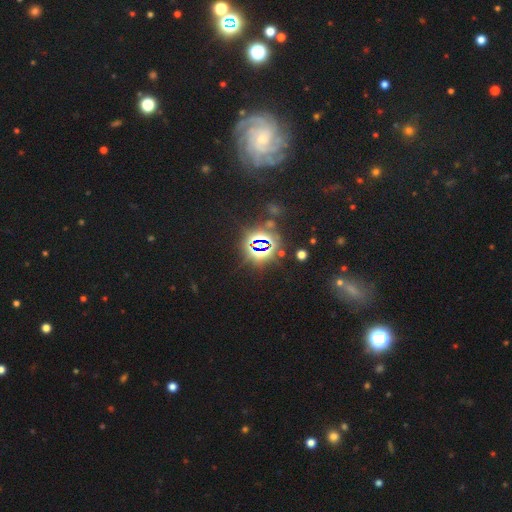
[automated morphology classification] Smooth or featured? Predicted: star or artifact (p=0.57).